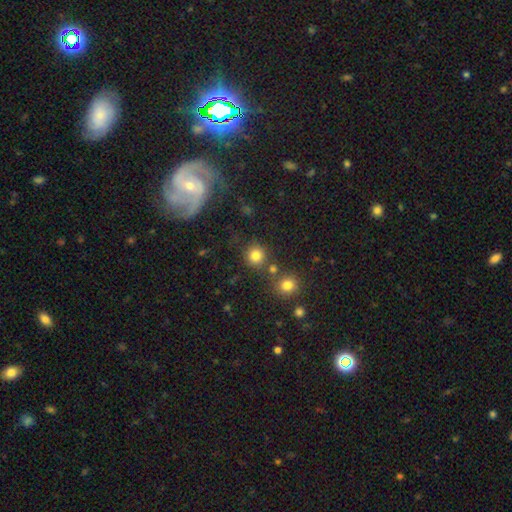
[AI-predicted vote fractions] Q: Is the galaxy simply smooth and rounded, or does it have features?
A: smooth — 80%.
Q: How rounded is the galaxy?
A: round — 90%.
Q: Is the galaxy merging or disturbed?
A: none — 77%.